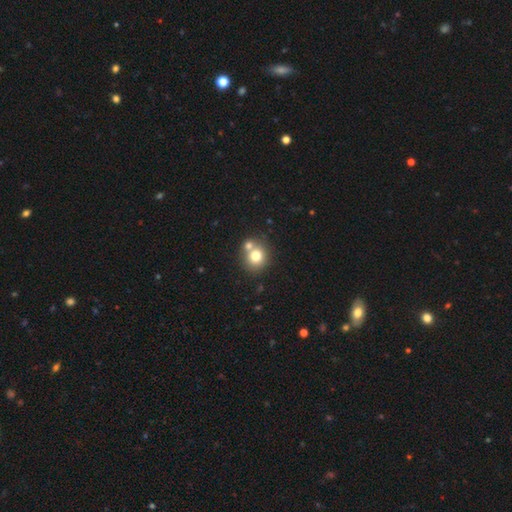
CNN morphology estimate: Smooth or featured?
  - smooth: 74% *
  - featured or disk: 14%
  - star or artifact: 12%
How rounded?
  - round: 85% *
  - in between: 14%
  - cigar-shaped: 1%
Merging?
  - none: 56% *
  - merger: 33%
  - minor disturbance: 8%
  - major disturbance: 3%